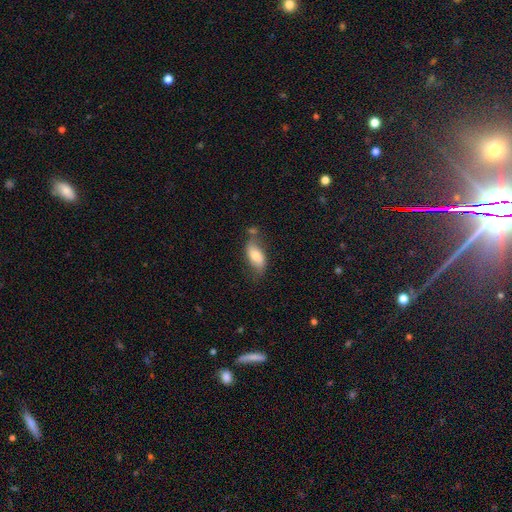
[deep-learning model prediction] smooth 64%, featured or disk 29%, star or artifact 7%. Down the decision tree: how rounded — in between (89%); merging — none (55%).